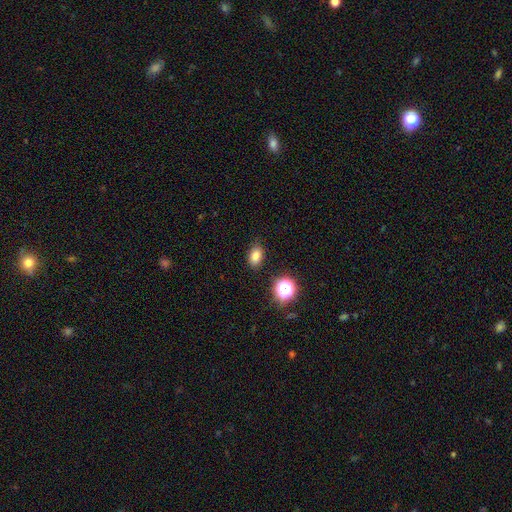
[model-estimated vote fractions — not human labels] Smooth or featured? smooth (78%)
How rounded? in between (78%)
Merging? none (85%)